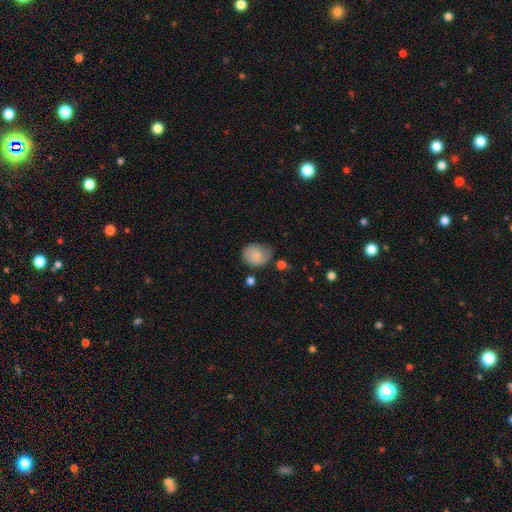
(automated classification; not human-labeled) This appears to be a smooth galaxy with no disk features (82%) that is round (59%). Merging: none (57%).